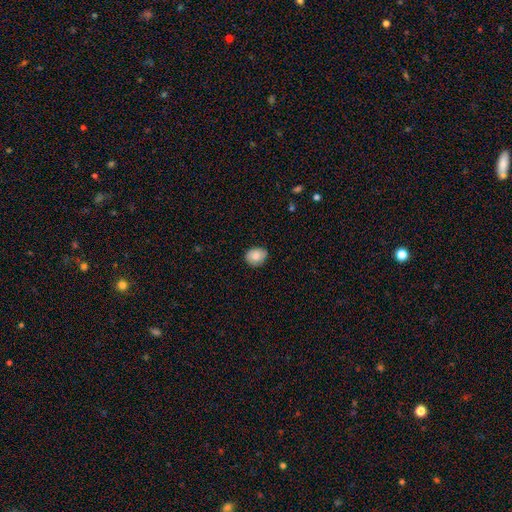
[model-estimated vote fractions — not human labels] smooth-or-featured: smooth: 83% | featured or disk: 9% | star or artifact: 8%
  how-rounded: round: 57% | in between: 42% | cigar-shaped: 1%
  merging: none: 81% | minor disturbance: 15% | major disturbance: 2% | merger: 1%